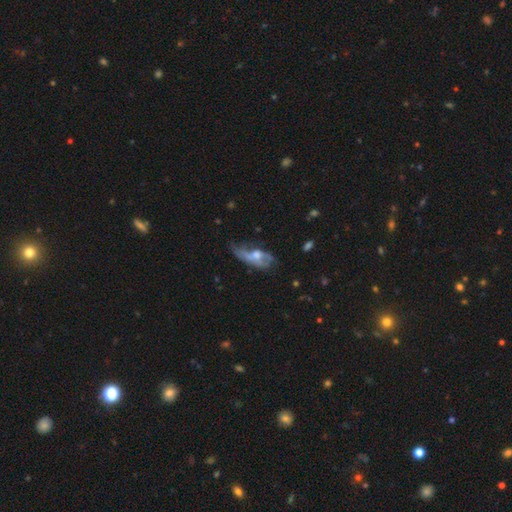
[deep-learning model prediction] A featured or disk galaxy (57%). Merging: major disturbance (38%).